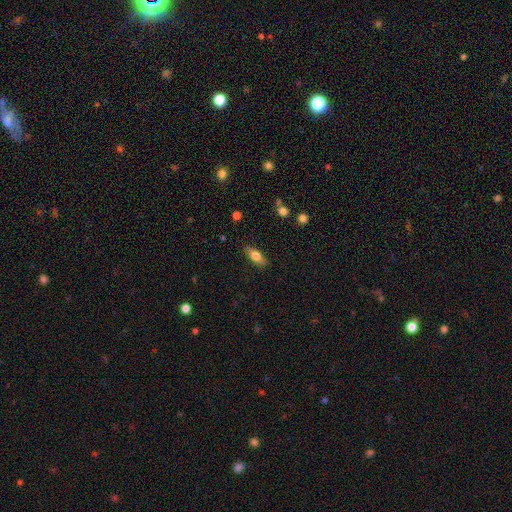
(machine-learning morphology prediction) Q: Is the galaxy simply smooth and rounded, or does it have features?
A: smooth — 75%.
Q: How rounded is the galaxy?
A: in between — 73%.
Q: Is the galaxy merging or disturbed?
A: none — 84%.